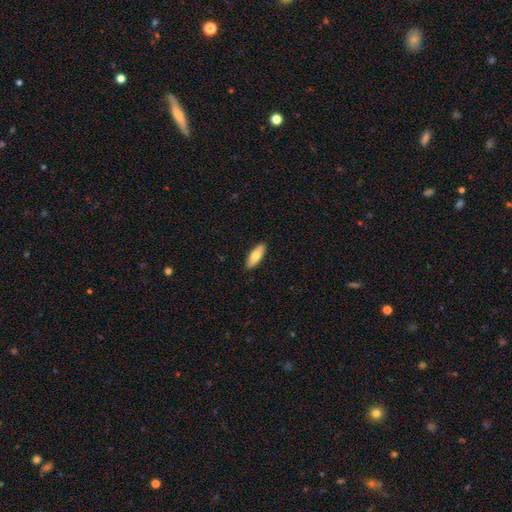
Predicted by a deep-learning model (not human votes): Smooth or featured? smooth (74%)
How rounded? in between (64%)
Merging? none (90%)